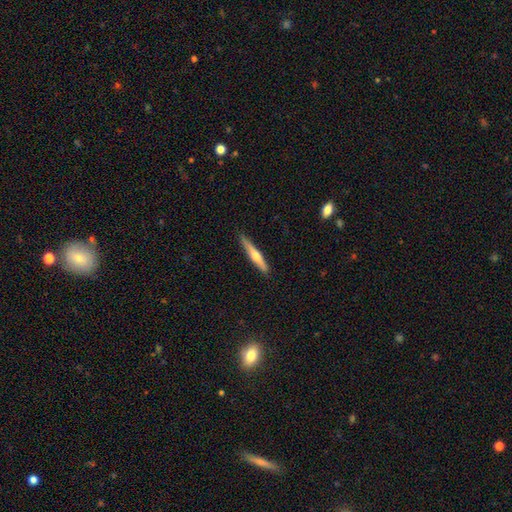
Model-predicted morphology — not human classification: Smooth or featured: featured or disk — 50% (smooth — 44%)
Edge-on disk: yes — 96% (no — 4%)
Merging: none — 88% (minor disturbance — 9%)